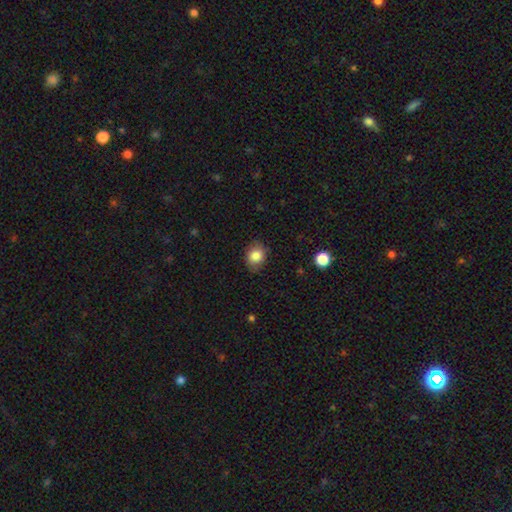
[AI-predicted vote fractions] A smooth galaxy with no disk features (84%) that is round (52%).

Vote fractions:
- Smooth or featured? smooth: 84% / star or artifact: 9% / featured or disk: 8%
- How rounded? round: 52% / in between: 47% / cigar-shaped: 1%
- Merging? none: 79% / minor disturbance: 16% / major disturbance: 4% / merger: 1%